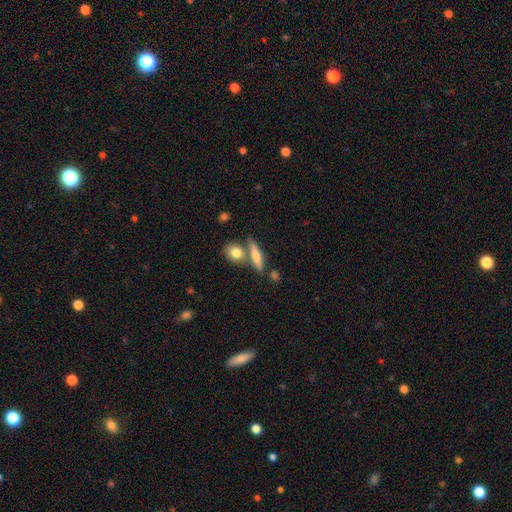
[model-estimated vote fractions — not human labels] Smooth or featured: smooth — 62% (featured or disk — 31%)
How rounded: cigar-shaped — 64% (in between — 27%)
Merging: none — 64% (merger — 22%)